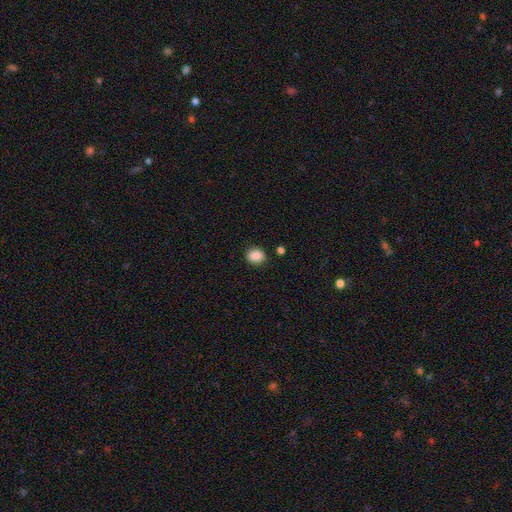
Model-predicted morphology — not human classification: smooth 88%, star or artifact 9%, featured or disk 3%. Down the decision tree: how rounded — round (61%); merging — none (87%).